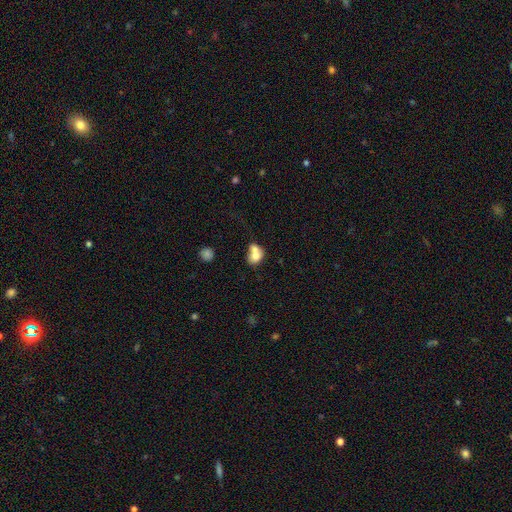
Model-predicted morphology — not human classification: This appears to be a smooth galaxy with no disk features (71%) that is in between round and cigar-shaped (51%). Merging: merger (64%).